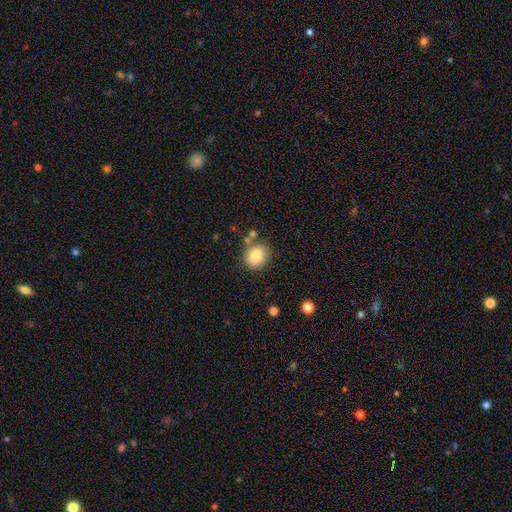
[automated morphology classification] A smooth galaxy with no disk features (86%) that is round (73%). Merging: none (73%).